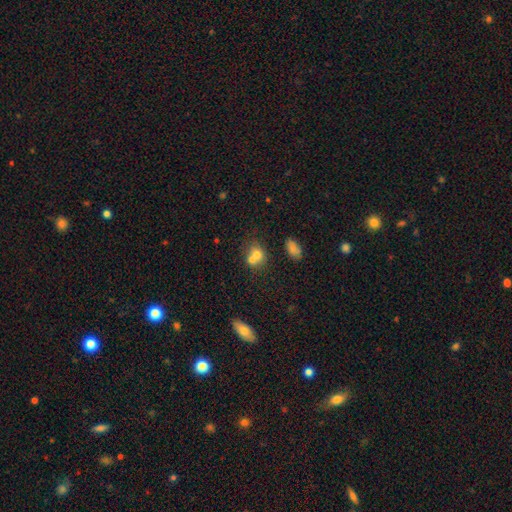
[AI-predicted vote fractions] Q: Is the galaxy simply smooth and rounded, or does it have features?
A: smooth — 70%.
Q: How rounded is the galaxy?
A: round — 65%.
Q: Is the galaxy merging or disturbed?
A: merger — 56%.